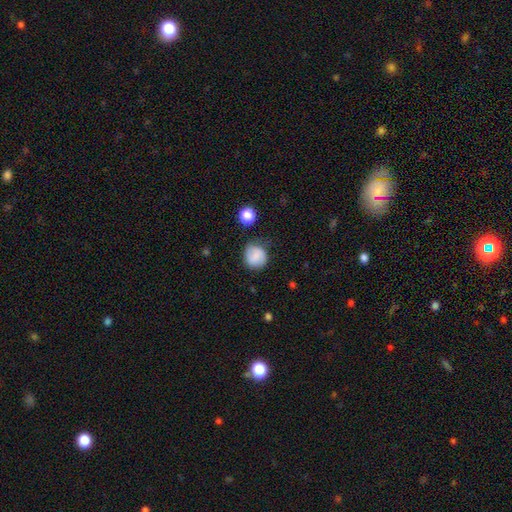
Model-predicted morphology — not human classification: Overall: smooth (74%). How rounded: round (83%). Merging: none (68%).